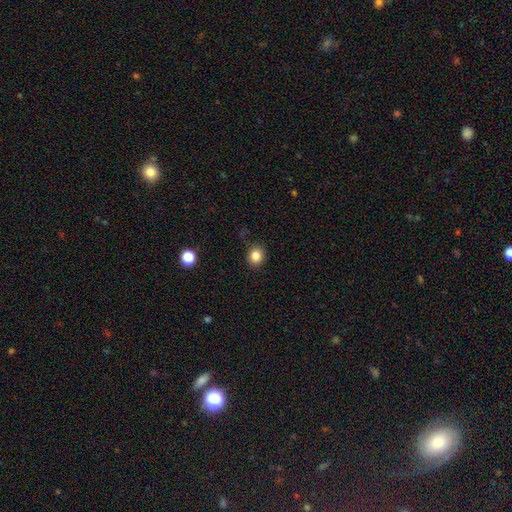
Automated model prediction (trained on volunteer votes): A smooth galaxy with no disk features (84%) that is round (74%).

Vote fractions:
- Smooth or featured? smooth: 84% / star or artifact: 11% / featured or disk: 5%
- How rounded? round: 74% / in between: 25% / cigar-shaped: 1%
- Merging? none: 87% / minor disturbance: 10% / major disturbance: 3% / merger: 1%